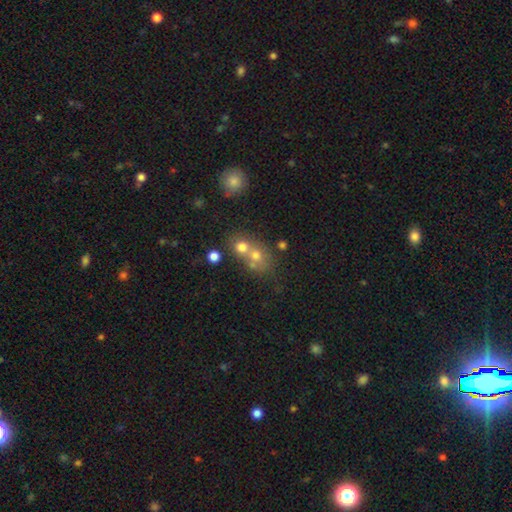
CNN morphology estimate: Smooth or featured: smooth — 64% (featured or disk — 20%)
How rounded: round — 71% (in between — 28%)
Merging: merger — 58% (none — 31%)